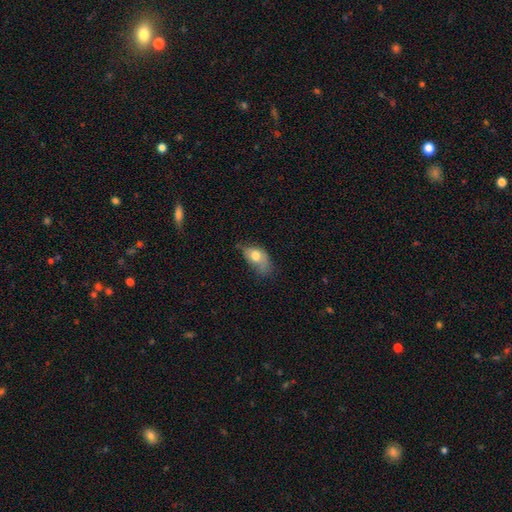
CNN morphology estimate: The model was most divided on "merging": minor disturbance: 42%, none: 30%, major disturbance: 25%, merger: 3%. More confident: how rounded — in between (87%); smooth or featured — smooth (72%).